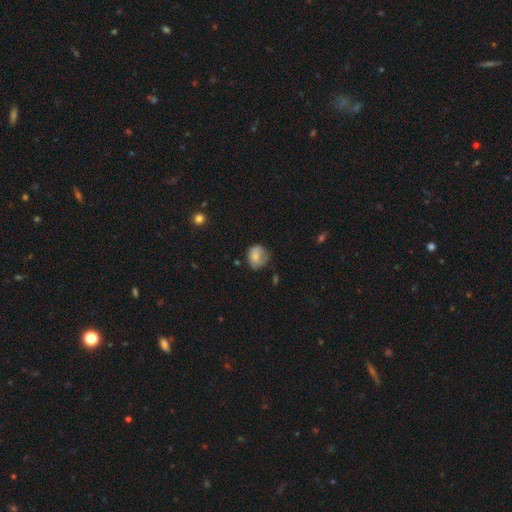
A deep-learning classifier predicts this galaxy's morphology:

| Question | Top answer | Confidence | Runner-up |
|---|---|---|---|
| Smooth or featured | smooth | 71% | featured or disk (20%) |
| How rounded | round | 70% | in between (29%) |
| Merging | none | 49% | minor disturbance (34%) |